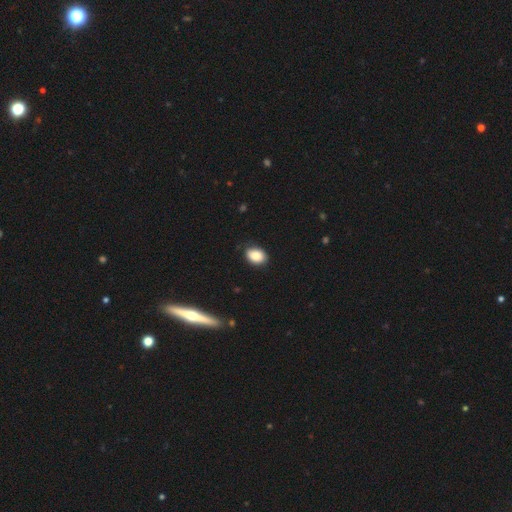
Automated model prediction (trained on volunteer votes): Smooth or featured? smooth (86%)
How rounded? in between (75%)
Merging? none (82%)